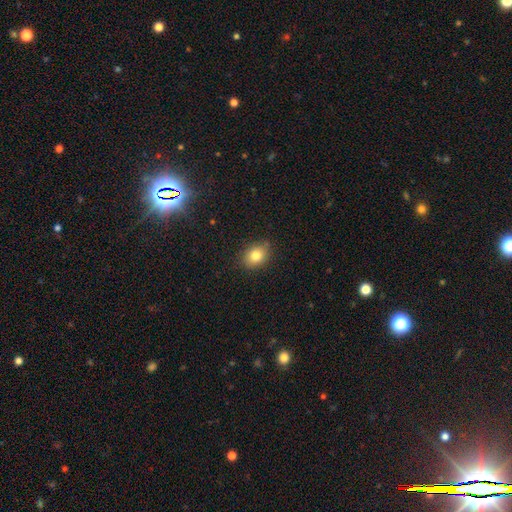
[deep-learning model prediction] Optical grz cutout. It shows a smooth galaxy with no disk features (81%) that is in between round and cigar-shaped (60%). Merging: none (85%).